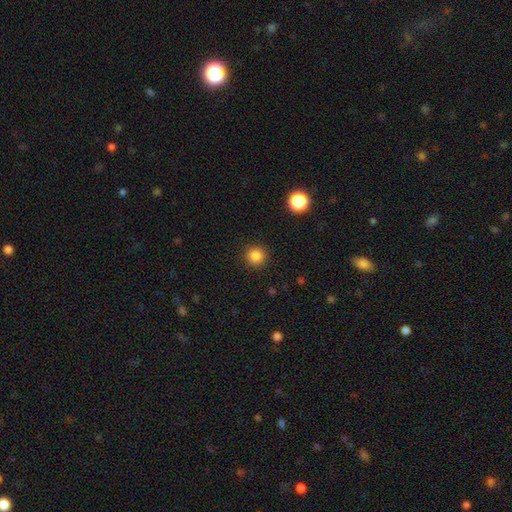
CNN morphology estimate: type=smooth (85%); roundness=round (94%); merging=none (91%).